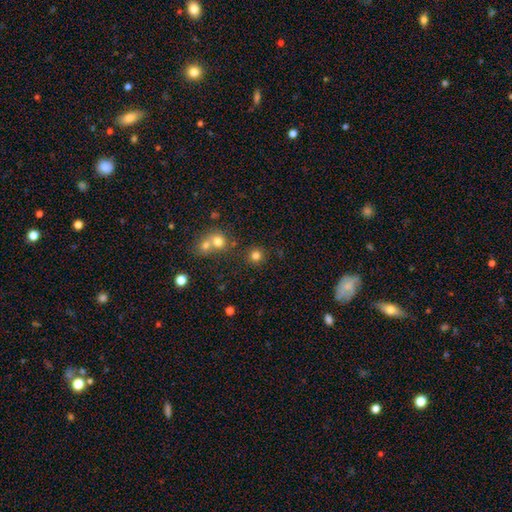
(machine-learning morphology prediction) Smooth or featured: smooth — 79% (star or artifact — 15%)
How rounded: round — 93% (in between — 6%)
Merging: none — 80% (merger — 11%)